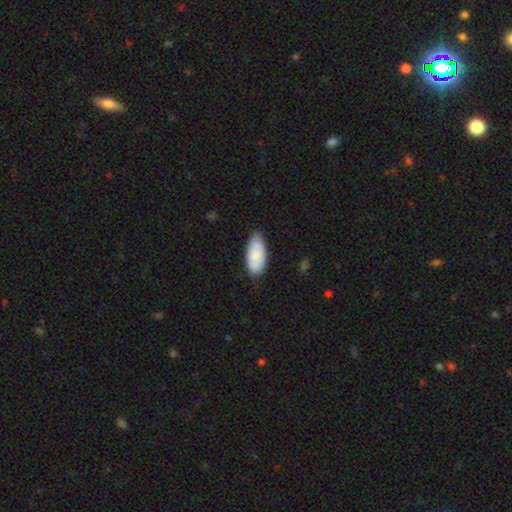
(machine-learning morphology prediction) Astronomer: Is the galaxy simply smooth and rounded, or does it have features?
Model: smooth — 83%.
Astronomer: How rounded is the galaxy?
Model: in between — 90%.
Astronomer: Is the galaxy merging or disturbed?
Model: none — 74%.